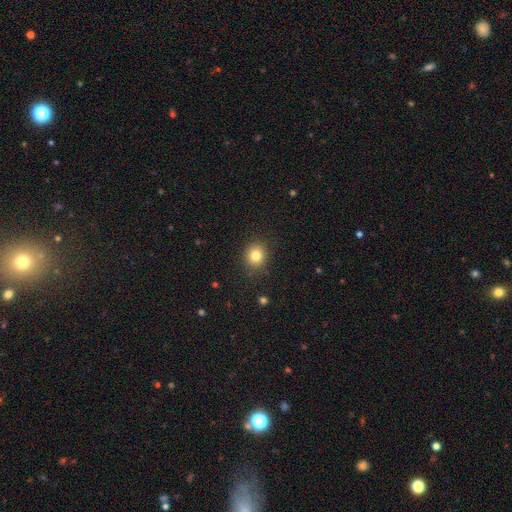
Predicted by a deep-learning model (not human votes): This is clearly a smooth galaxy (81%). How rounded: clearly round (80%). Merging: clearly none (88%).